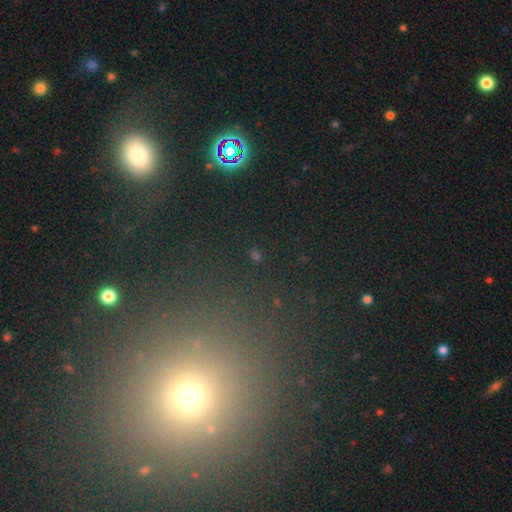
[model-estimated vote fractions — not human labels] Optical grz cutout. It shows a star or artifact, not a galaxy (48%).